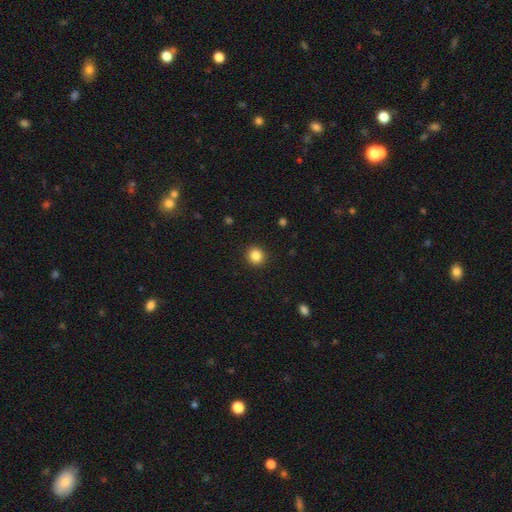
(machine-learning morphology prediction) Smooth or featured? Predicted: smooth (p=0.85). How rounded? Predicted: round (p=0.87). Merging? Predicted: none (p=0.92).